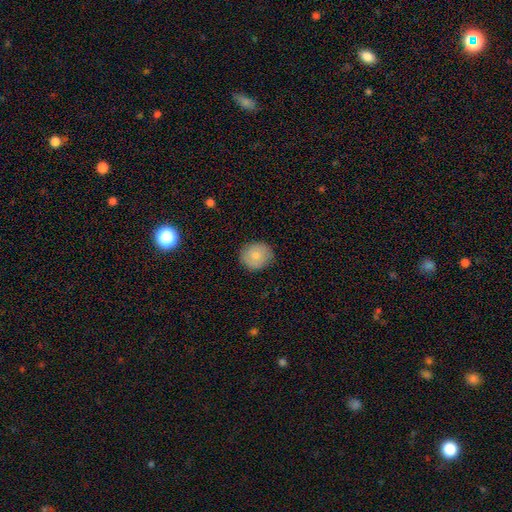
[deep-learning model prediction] This appears to be a smooth galaxy with no disk features (78%) that is round (85%). Merging: none (86%).